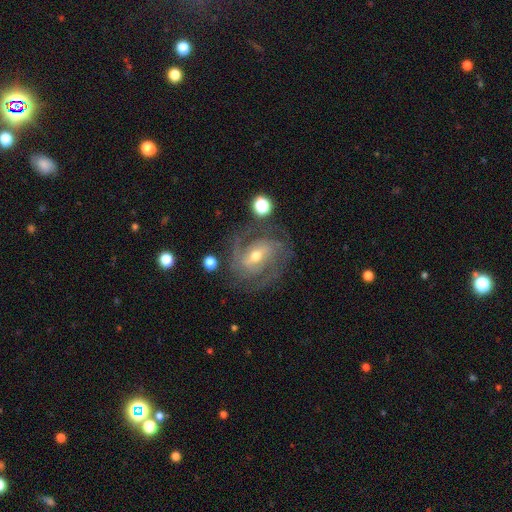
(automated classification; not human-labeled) This appears to be a featured or disk galaxy (88%) with a weak bar (43%), 2 (53%) tight (49%) spiral arms (97%) and a moderate central bulge (52%). Merging: none (75%).